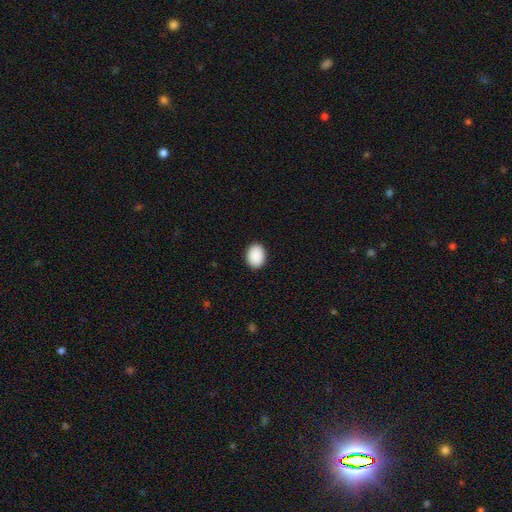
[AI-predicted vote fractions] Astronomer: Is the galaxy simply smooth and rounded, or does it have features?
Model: smooth — 91%.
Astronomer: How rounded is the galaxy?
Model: in between — 61% (runner-up: round, 38%).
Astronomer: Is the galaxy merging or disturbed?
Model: none — 91%.